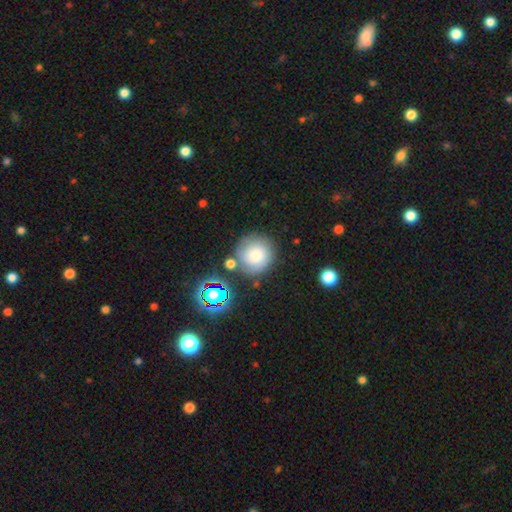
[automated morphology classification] Smooth or featured? smooth (71%)
How rounded? round (93%)
Merging? none (71%)